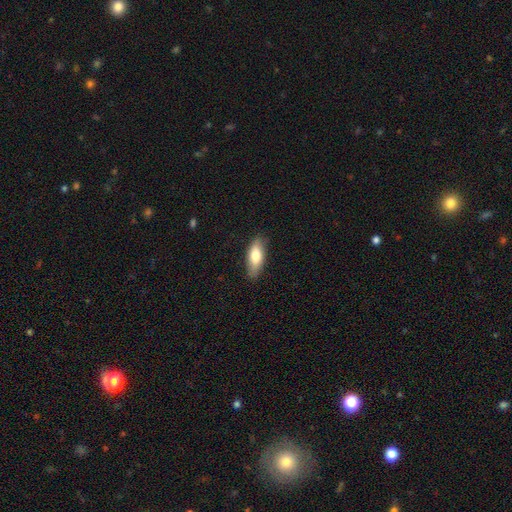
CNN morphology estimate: This is likely a smooth galaxy (74%). How rounded: likely in between (73%). Merging: clearly none (83%).